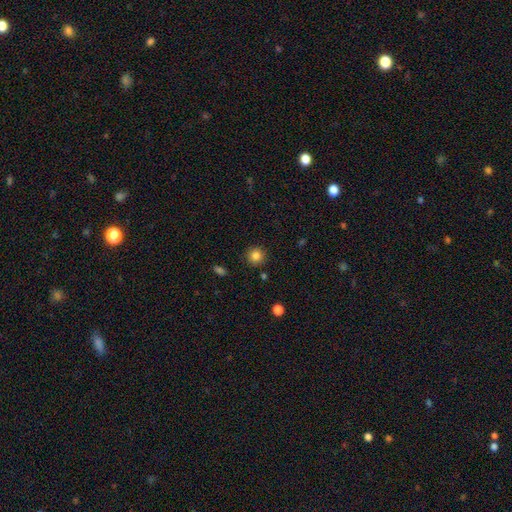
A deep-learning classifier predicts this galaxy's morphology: Smooth or featured? Predicted: smooth (p=0.84). How rounded? Predicted: round (p=0.93). Merging? Predicted: none (p=0.89).